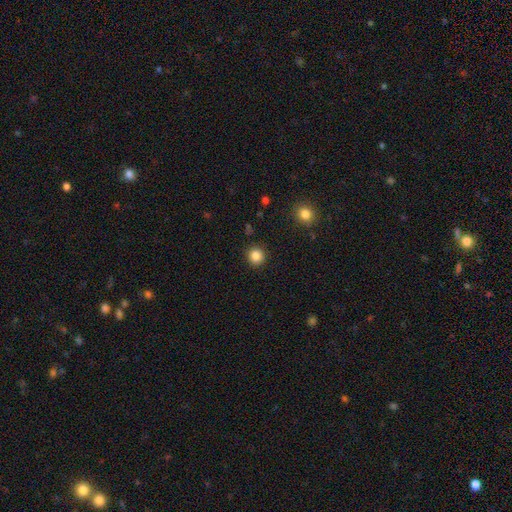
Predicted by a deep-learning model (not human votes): A smooth galaxy with no disk features (85%) that is round (92%).

Vote fractions:
- Smooth or featured? smooth: 85% / star or artifact: 11% / featured or disk: 4%
- How rounded? round: 92% / in between: 7% / cigar-shaped: 1%
- Merging? none: 91% / minor disturbance: 6% / major disturbance: 2% / merger: 1%